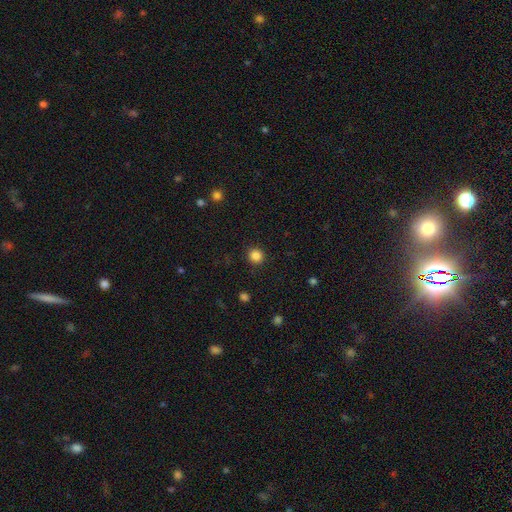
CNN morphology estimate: A smooth galaxy with no disk features (84%) that is round (93%).

Vote fractions:
- Smooth or featured? smooth: 84% / star or artifact: 12% / featured or disk: 4%
- How rounded? round: 93% / in between: 6% / cigar-shaped: 1%
- Merging? none: 91% / minor disturbance: 5% / major disturbance: 2% / merger: 1%